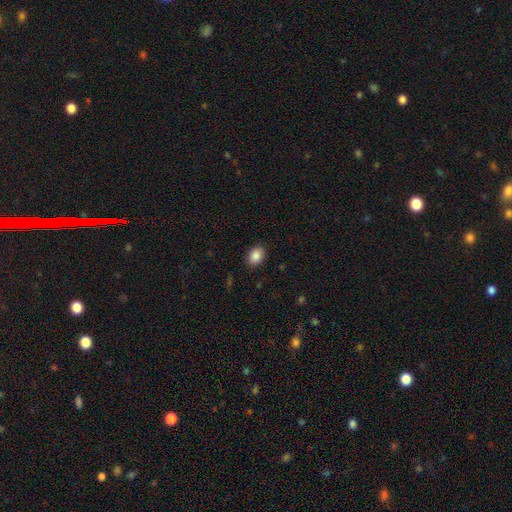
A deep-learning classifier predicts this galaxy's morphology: The model was most divided on "how rounded": in between: 71%, round: 28%, cigar-shaped: 1%. More confident: merging — none (89%); smooth or featured — smooth (88%).